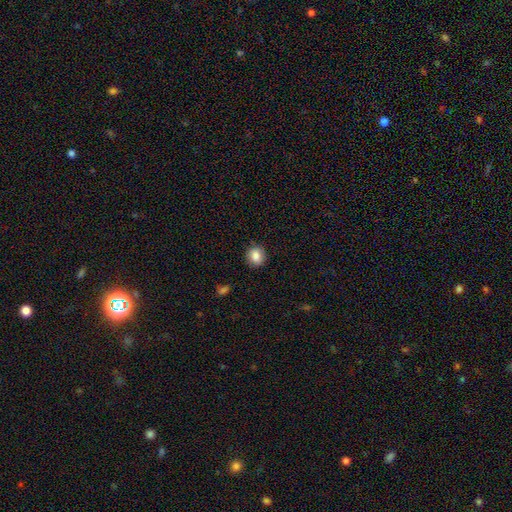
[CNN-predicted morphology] type=smooth (85%); roundness=round (72%); merging=none (87%).